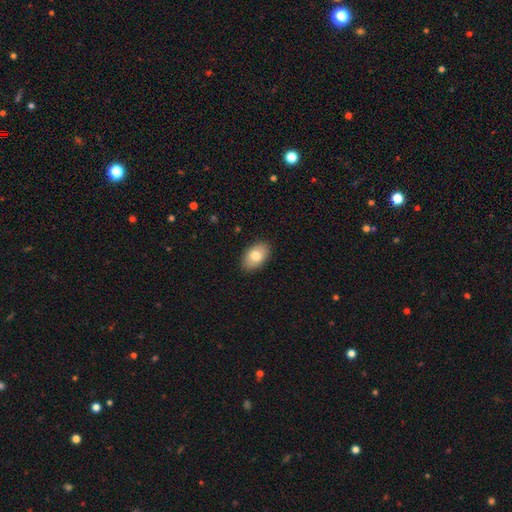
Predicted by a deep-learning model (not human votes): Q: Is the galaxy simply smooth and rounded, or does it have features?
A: smooth — 80%.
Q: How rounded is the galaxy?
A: in between — 91%.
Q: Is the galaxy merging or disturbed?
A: none — 89%.